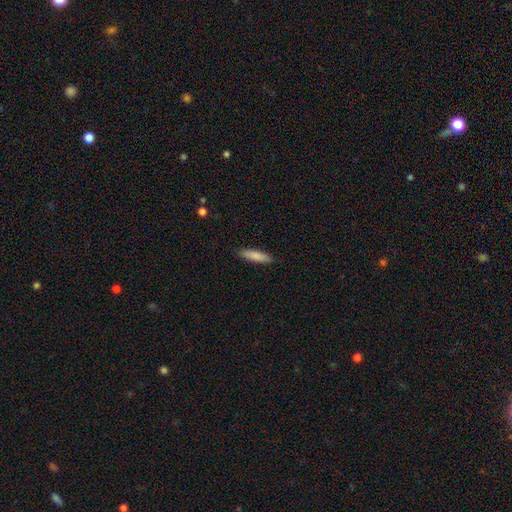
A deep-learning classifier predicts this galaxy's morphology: type=smooth (84%); roundness=cigar-shaped (72%); merging=none (89%).